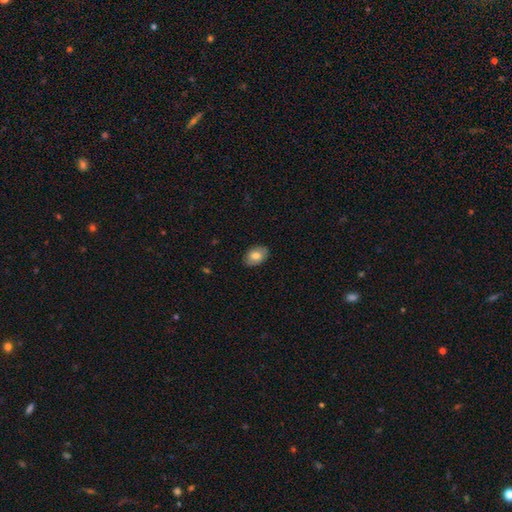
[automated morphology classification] This is likely a smooth galaxy (72%). How rounded: clearly in between (82%). Merging: clearly none (84%).